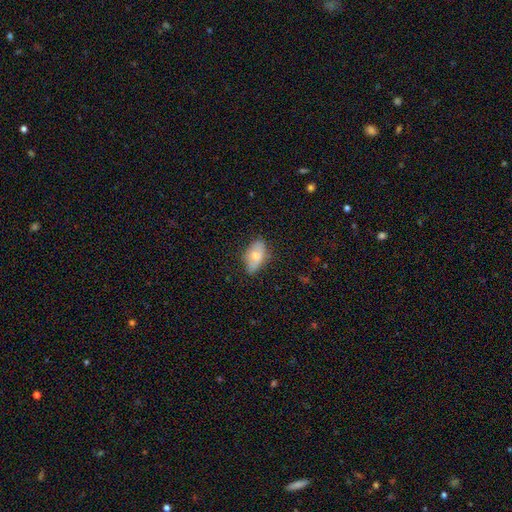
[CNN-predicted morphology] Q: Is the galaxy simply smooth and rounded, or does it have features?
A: smooth — 64%.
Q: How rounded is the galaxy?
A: in between — 90%.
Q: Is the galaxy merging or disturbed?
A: none — 68%.